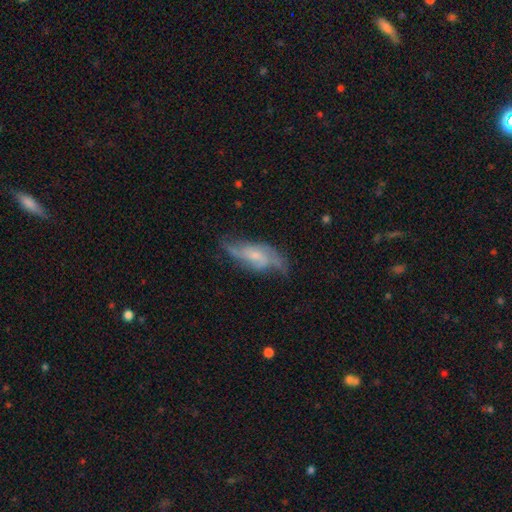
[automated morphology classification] Smooth or featured: featured or disk — 76% (smooth — 18%)
Edge-on disk: no — 90% (yes — 10%)
Bar: no — 56% (weak — 36%)
Spiral arms: yes — 91% (no — 9%)
Spiral winding: medium — 42% (loose — 39%)
Spiral arm count: 2 — 60% (can't tell — 17%)
Bulge size: small — 55% (moderate — 32%)
Merging: none — 61% (minor disturbance — 25%)